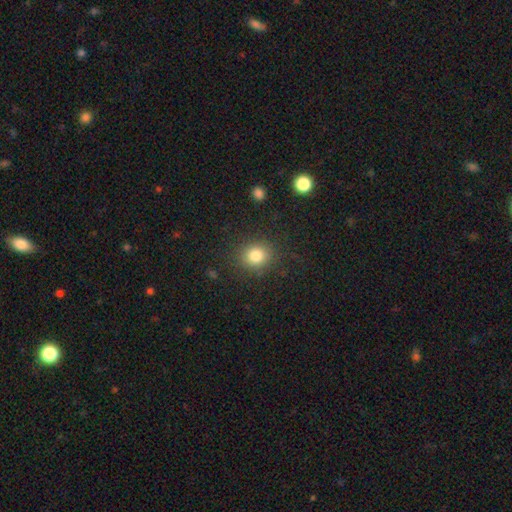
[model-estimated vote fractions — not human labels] The model was most divided on "how rounded": round: 76%, in between: 23%, cigar-shaped: 1%. More confident: merging — none (86%); smooth or featured — smooth (82%).